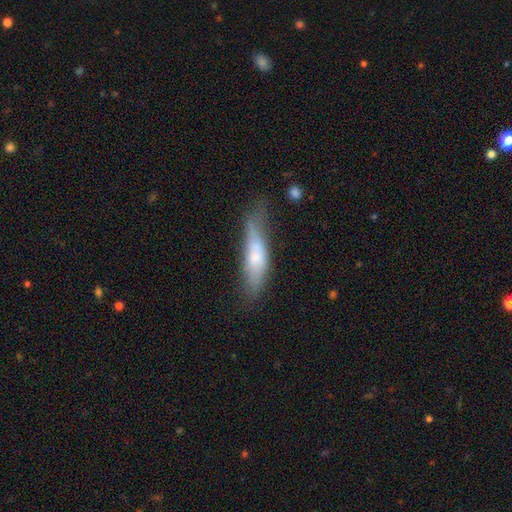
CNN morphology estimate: Smooth or featured? Predicted: smooth (p=0.60). How rounded? Predicted: cigar-shaped (p=0.66). Merging? Predicted: none (p=0.45).